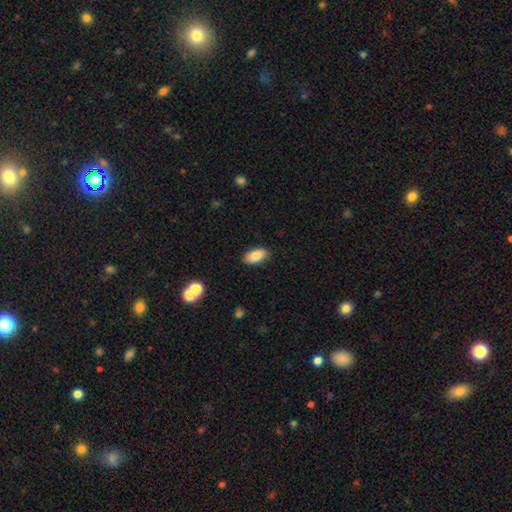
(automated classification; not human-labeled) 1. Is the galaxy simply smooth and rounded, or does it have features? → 85% smooth, 8% featured or disk, 7% star or artifact.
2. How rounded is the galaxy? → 93% in between, 4% cigar-shaped, 3% round.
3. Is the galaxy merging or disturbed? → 86% none, 10% minor disturbance, 2% major disturbance, 1% merger.